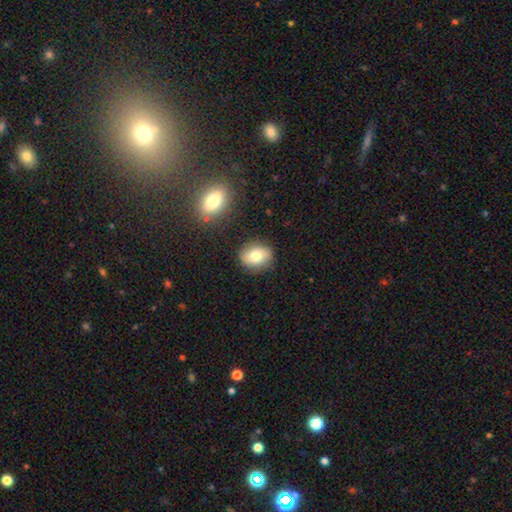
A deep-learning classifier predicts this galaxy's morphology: smooth_or_featured: smooth (p=0.75) [alt: featured or disk p=0.16]
how_rounded: in between (p=0.52) [alt: round p=0.46]
merging: none (p=0.82) [alt: minor disturbance p=0.12]